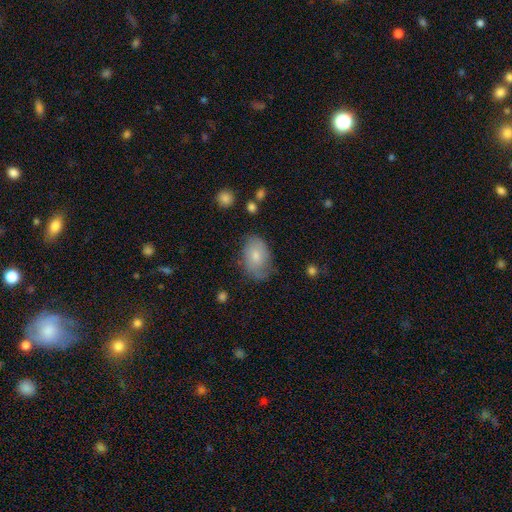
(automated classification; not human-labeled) Smooth or featured? smooth (69%)
How rounded? in between (84%)
Merging? none (63%)